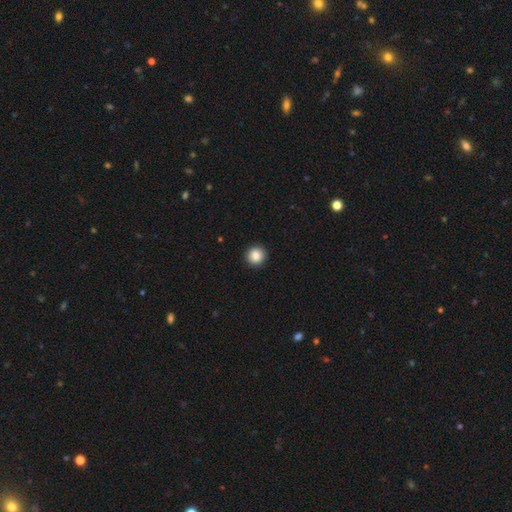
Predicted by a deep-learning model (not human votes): Overall: smooth (86%). How rounded: round (93%). Merging: none (93%).